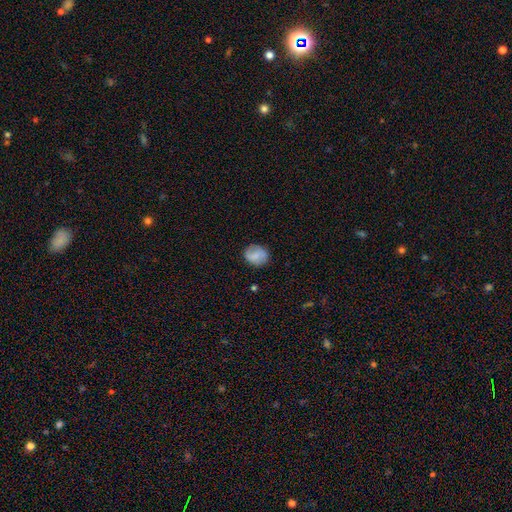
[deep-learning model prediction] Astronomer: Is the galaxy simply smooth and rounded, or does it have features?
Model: smooth — 64%.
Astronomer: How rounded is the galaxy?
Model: round — 64%.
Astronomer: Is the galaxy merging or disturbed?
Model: none — 80%.